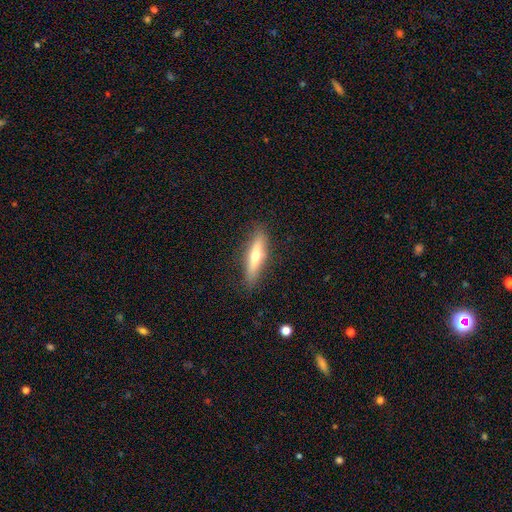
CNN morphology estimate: This is possibly a smooth galaxy (50%). Merging: clearly none (87%).